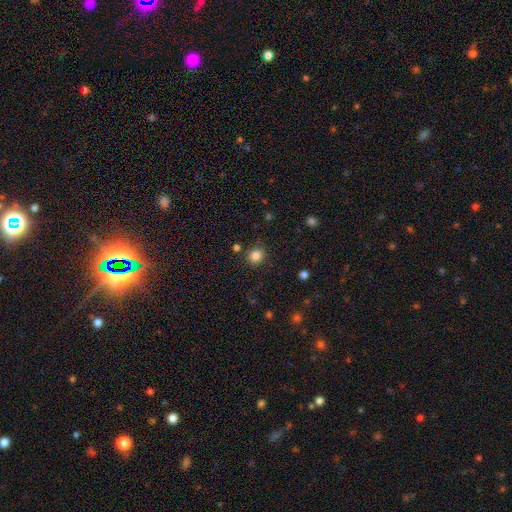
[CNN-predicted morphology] smooth-or-featured: smooth: 83% | star or artifact: 12% | featured or disk: 5%
  how-rounded: round: 89% | in between: 10% | cigar-shaped: 1%
  merging: none: 87% | minor disturbance: 8% | merger: 3% | major disturbance: 2%